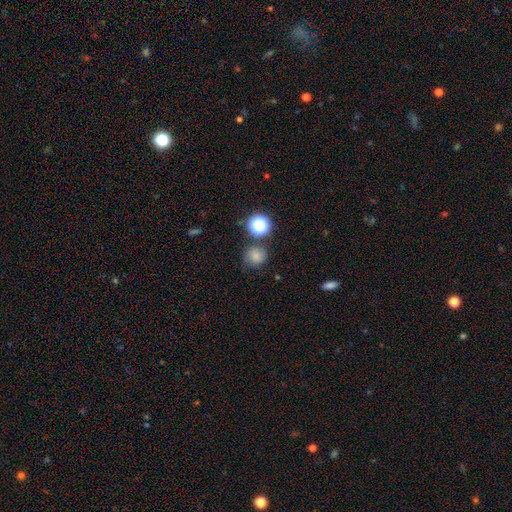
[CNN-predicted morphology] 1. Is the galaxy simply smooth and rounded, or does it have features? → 76% smooth, 17% star or artifact, 7% featured or disk.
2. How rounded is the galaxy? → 88% round, 11% in between, 1% cigar-shaped.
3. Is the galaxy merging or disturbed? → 71% none, 16% minor disturbance, 8% merger, 5% major disturbance.